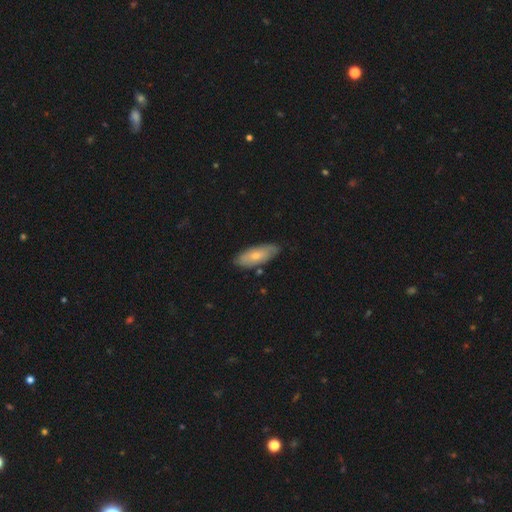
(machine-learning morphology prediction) smooth 64%, featured or disk 31%, star or artifact 6%. Down the decision tree: how rounded — in between (83%); merging — none (78%).